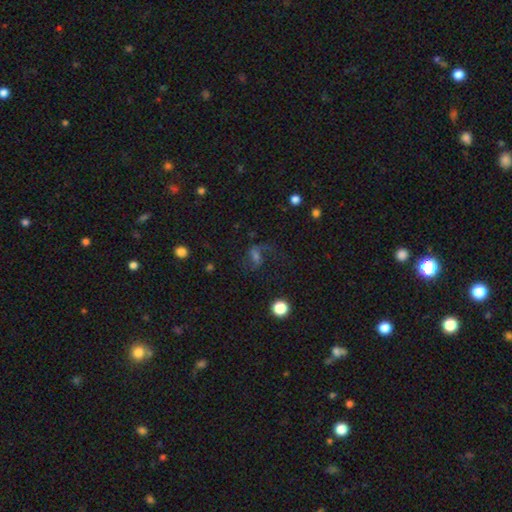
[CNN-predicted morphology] Smooth or featured: featured or disk — 59% (smooth — 22%)
Edge-on disk: no — 96% (yes — 4%)
Bar: weak — 44% (no — 38%)
Spiral arms: yes — 88% (no — 12%)
Bulge size: small — 37% (tied with moderate — 37%)
Merging: none — 56% (major disturbance — 25%)